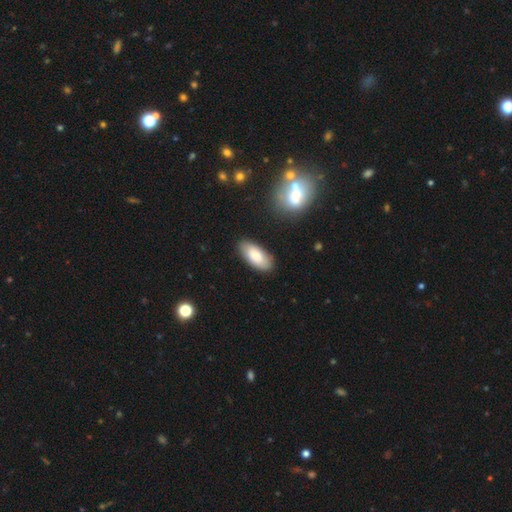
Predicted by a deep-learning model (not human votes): A smooth galaxy with no disk features (82%) that is in between round and cigar-shaped (90%). Merging: none (85%).